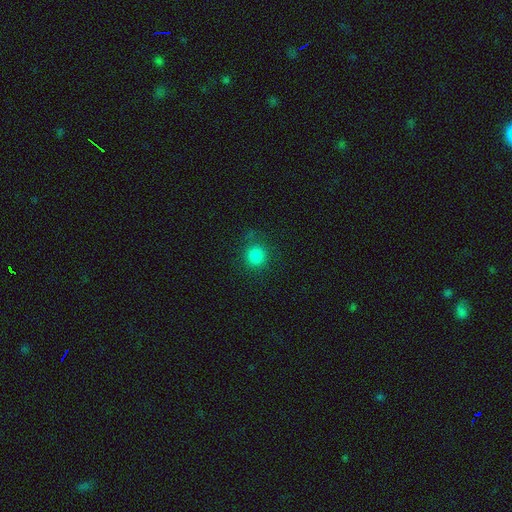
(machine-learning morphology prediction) smooth 83%, star or artifact 13%, featured or disk 4%. Down the decision tree: how rounded — round (91%); merging — none (83%).